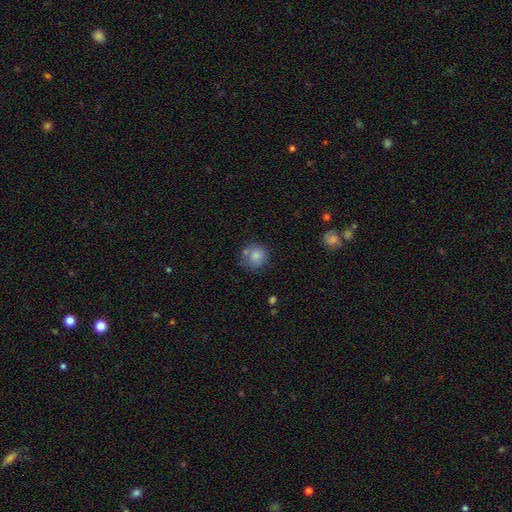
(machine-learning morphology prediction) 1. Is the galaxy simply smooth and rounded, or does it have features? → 82% smooth, 9% featured or disk, 9% star or artifact.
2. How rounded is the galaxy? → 87% round, 12% in between, 1% cigar-shaped.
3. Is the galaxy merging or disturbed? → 61% none, 19% minor disturbance, 14% merger, 6% major disturbance.